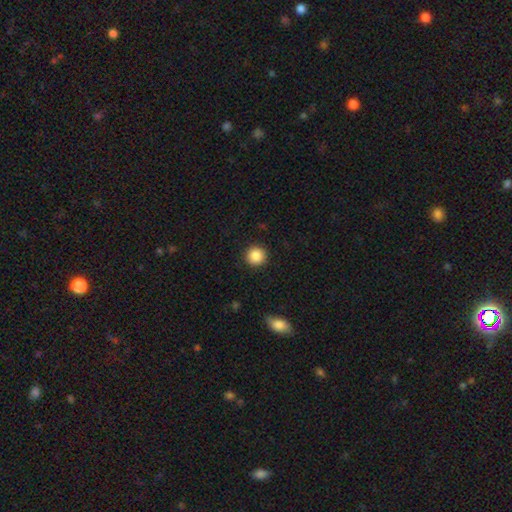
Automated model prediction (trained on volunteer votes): Morphology: type=smooth (87%); roundness=round (94%); merging=none (92%).